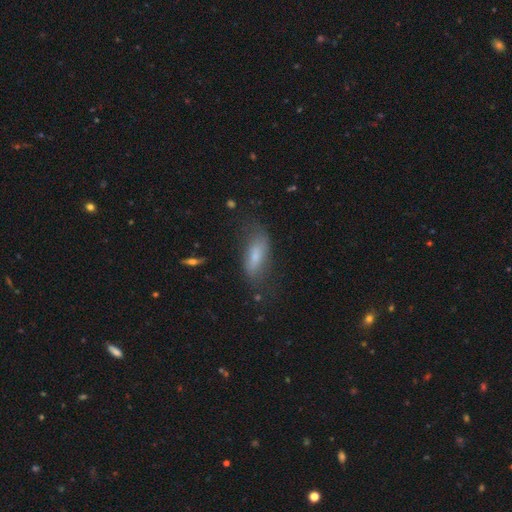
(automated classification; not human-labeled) Q: Smooth or featured?
A: smooth (62%); runner-up: featured or disk (29%)
Q: How rounded?
A: in between (69%); runner-up: cigar-shaped (28%)
Q: Merging?
A: none (56%); runner-up: minor disturbance (27%)